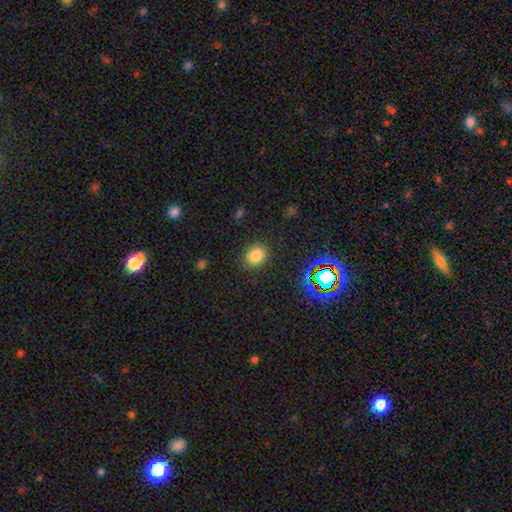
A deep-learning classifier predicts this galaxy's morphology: A smooth galaxy with no disk features (79%) that is round (58%).

Vote fractions:
- Smooth or featured? smooth: 79% / star or artifact: 15% / featured or disk: 6%
- How rounded? round: 58% / in between: 41% / cigar-shaped: 1%
- Merging? none: 84% / minor disturbance: 11% / major disturbance: 3% / merger: 2%